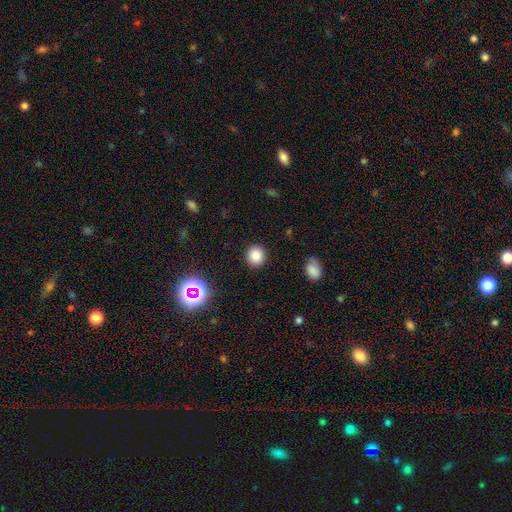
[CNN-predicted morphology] A smooth galaxy with no disk features (83%) that is round (84%). Merging: none (90%).